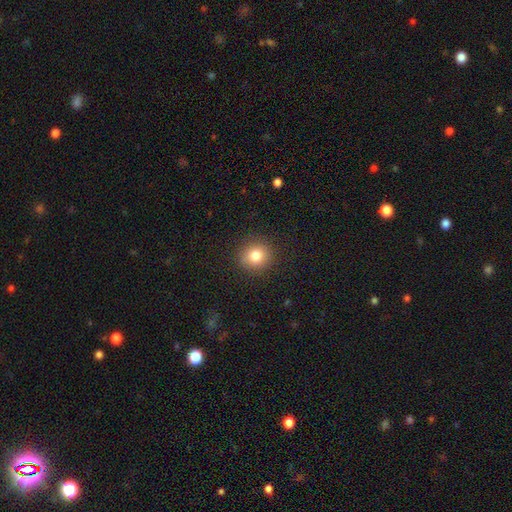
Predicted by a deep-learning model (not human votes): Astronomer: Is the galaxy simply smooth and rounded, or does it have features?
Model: smooth — 81%.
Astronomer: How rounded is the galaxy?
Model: round — 88%.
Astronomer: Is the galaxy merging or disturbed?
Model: none — 89%.